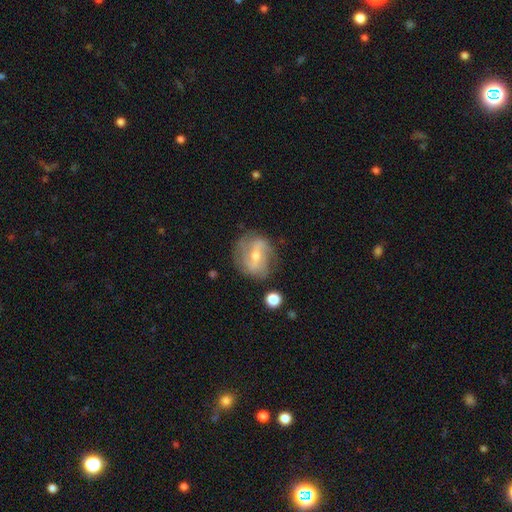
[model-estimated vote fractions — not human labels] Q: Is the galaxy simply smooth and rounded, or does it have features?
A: featured or disk — 74%.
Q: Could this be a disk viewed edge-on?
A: no — 95%.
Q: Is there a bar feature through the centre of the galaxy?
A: weak — 42%.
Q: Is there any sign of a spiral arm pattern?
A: yes — 83%.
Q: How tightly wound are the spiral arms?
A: medium — 40%.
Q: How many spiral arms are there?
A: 2 — 64%.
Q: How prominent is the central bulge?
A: moderate — 51%.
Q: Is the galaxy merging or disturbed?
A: none — 72%.